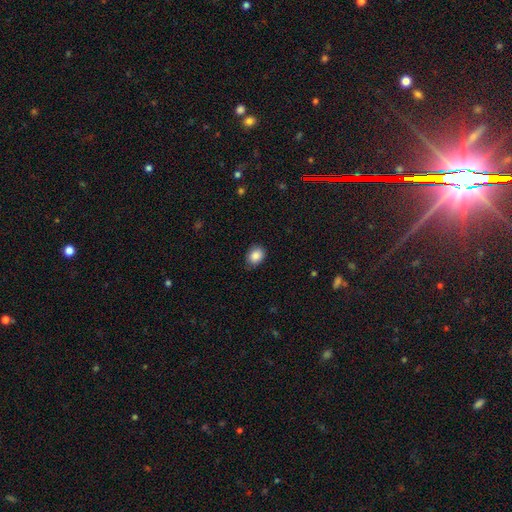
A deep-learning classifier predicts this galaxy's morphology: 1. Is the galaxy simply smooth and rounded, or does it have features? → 87% smooth, 8% star or artifact, 5% featured or disk.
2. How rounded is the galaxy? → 64% in between, 35% round, 1% cigar-shaped.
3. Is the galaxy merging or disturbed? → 78% none, 18% minor disturbance, 3% major disturbance, 1% merger.